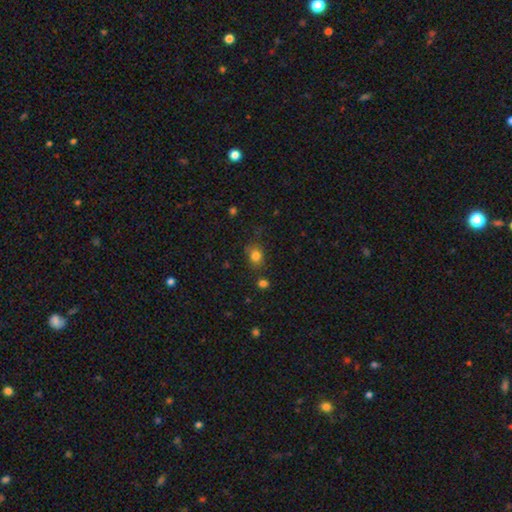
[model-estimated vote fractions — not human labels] The model was most divided on "how rounded": round: 57%, in between: 42%, cigar-shaped: 1%. More confident: smooth or featured — smooth (81%); merging — none (70%).